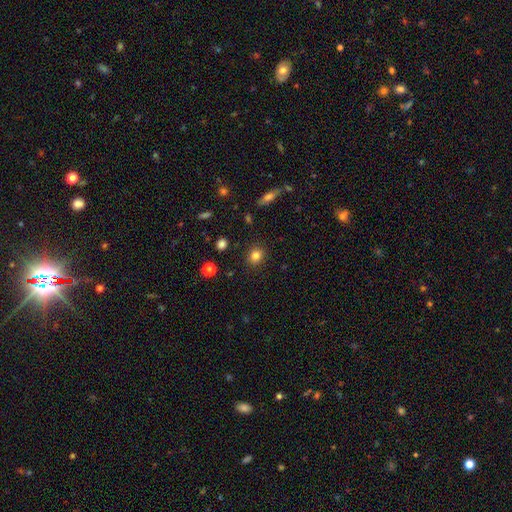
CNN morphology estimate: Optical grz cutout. It shows a smooth galaxy with no disk features (83%) that is round (76%). Merging: none (89%).